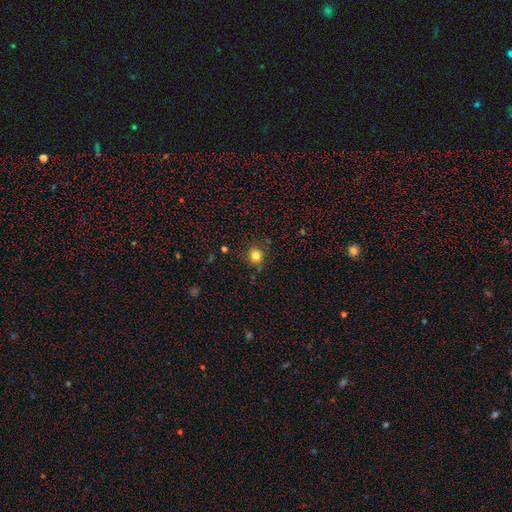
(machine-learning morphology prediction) The model was most divided on "smooth or featured": smooth: 81%, star or artifact: 13%, featured or disk: 6%. More confident: how rounded — round (90%); merging — none (86%).